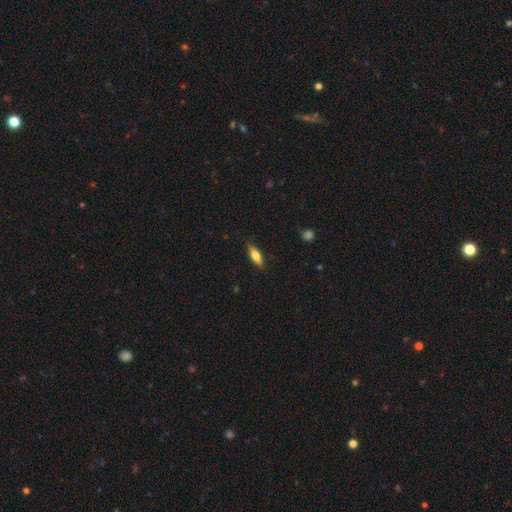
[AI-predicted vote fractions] smooth-or-featured: smooth: 69% | featured or disk: 24% | star or artifact: 6%
  how-rounded: in between: 59% | cigar-shaped: 39% | round: 2%
  merging: none: 86% | minor disturbance: 11% | major disturbance: 2% | merger: 1%